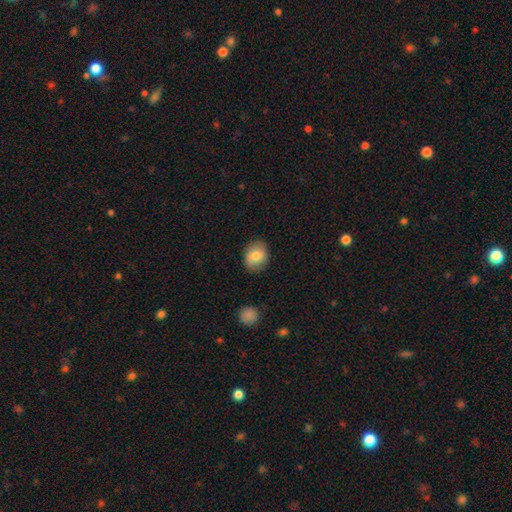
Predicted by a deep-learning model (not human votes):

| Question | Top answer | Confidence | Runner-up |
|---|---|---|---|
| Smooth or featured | smooth | 80% | featured or disk (12%) |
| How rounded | round | 50% | in between (49%) |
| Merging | none | 84% | minor disturbance (12%) |